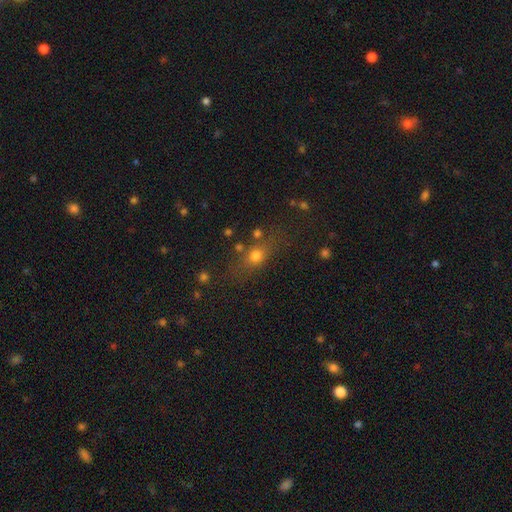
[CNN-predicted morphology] Overall: smooth (67%). How rounded: in between (48%; round 37%). Merging: none (68%).